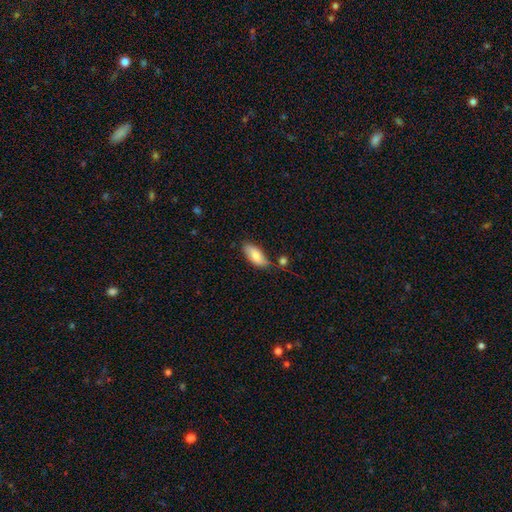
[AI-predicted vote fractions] This appears to be a smooth galaxy with no disk features (80%) that is in between round and cigar-shaped (85%). Merging: none (70%).